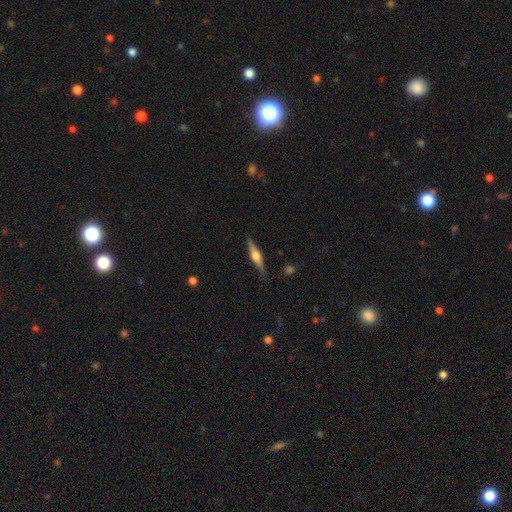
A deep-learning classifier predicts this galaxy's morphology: A featured or disk galaxy (73%) viewed edge-on (98%) with a rounded central bulge (91%). Merging: none (88%).